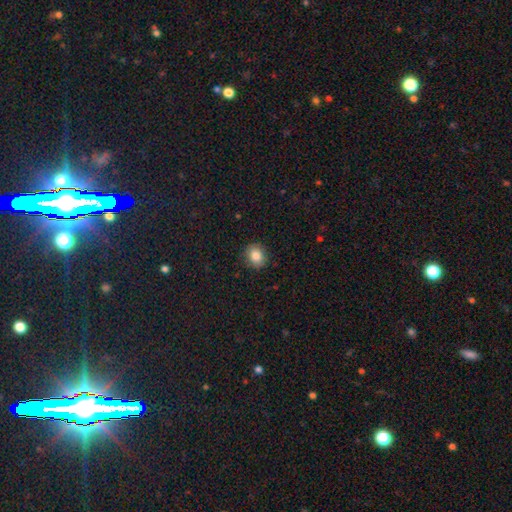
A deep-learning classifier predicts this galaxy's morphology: The model was most divided on "how rounded": round: 68%, in between: 31%, cigar-shaped: 1%. More confident: merging — none (87%); smooth or featured — smooth (85%).